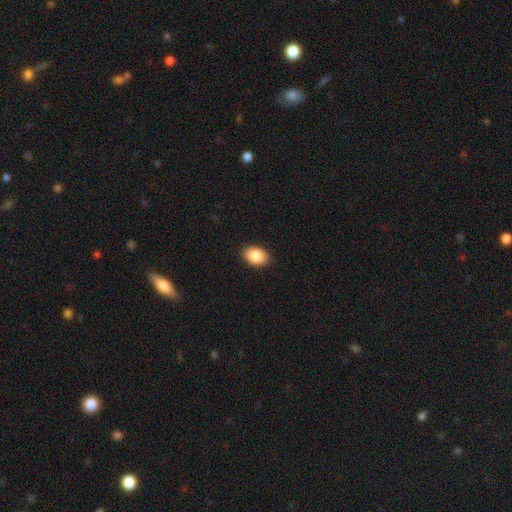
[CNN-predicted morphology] This appears to be a smooth galaxy with no disk features (88%) that is in between round and cigar-shaped (83%). Merging: none (90%).